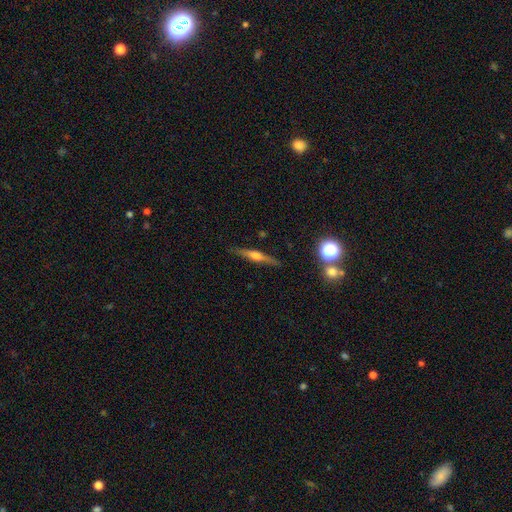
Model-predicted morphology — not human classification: A featured or disk galaxy (64%) viewed edge-on (97%) with a rounded central bulge (83%).

Vote fractions:
- Smooth or featured? featured or disk: 64% / smooth: 28% / star or artifact: 8%
- Edge-on disk? yes: 97% / no: 3%
- Edge-on bulge? rounded: 83% / boxy: 10% / none: 7%
- Merging? none: 87% / minor disturbance: 9% / major disturbance: 2% / merger: 2%